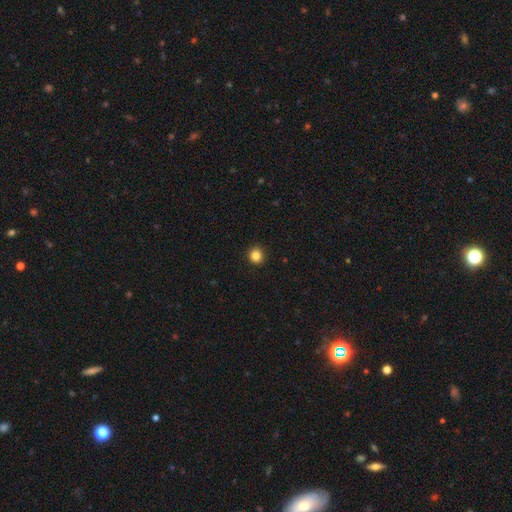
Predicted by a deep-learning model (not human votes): Morphology: type=smooth (85%); roundness=round (91%); merging=none (93%).